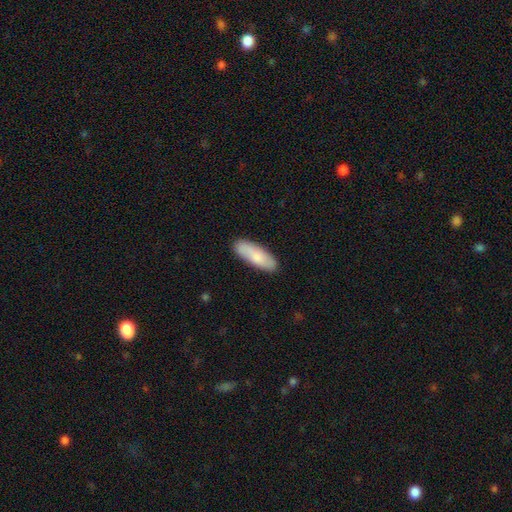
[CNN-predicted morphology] Smooth or featured? Predicted: smooth (p=0.80). How rounded? Predicted: in between (p=0.59). Merging? Predicted: none (p=0.87).